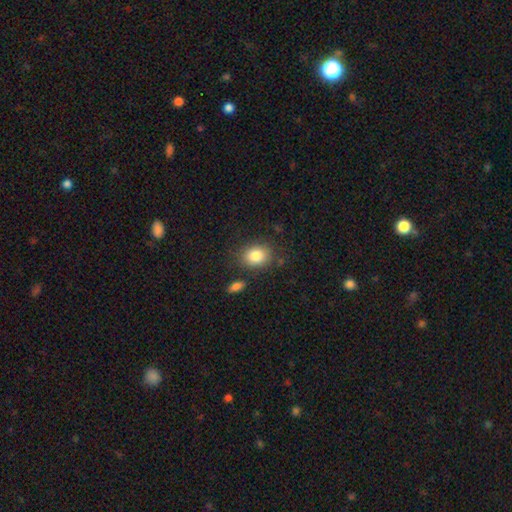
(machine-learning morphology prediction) Overall: smooth (84%). How rounded: in between (54%; round 45%). Merging: none (79%).